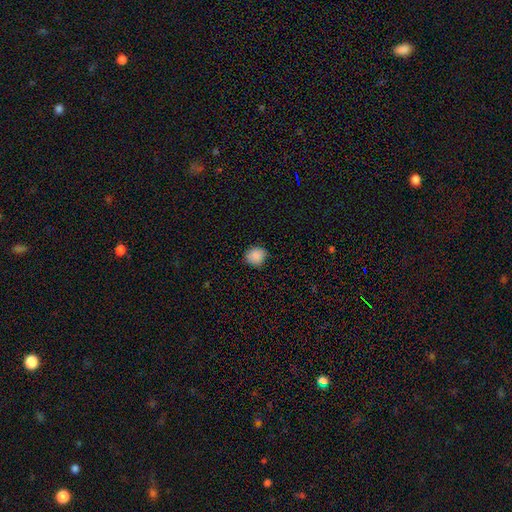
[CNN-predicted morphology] smooth-or-featured: smooth: 88% | star or artifact: 9% | featured or disk: 3%
  how-rounded: round: 82% | in between: 17% | cigar-shaped: 1%
  merging: none: 87% | minor disturbance: 9% | major disturbance: 2% | merger: 1%